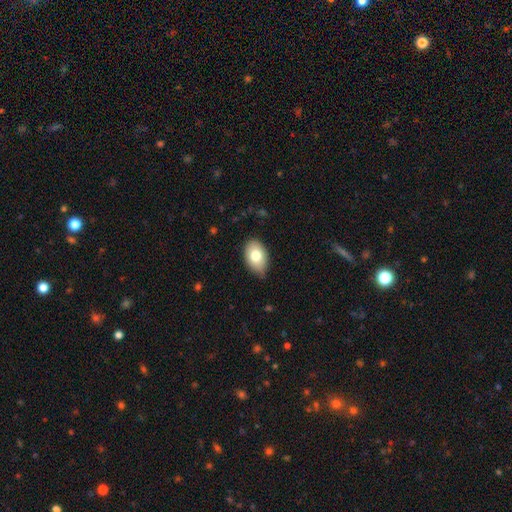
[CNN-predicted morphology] Smooth or featured: smooth — 77% (featured or disk — 15%)
How rounded: in between — 88% (round — 11%)
Merging: none — 75% (minor disturbance — 21%)